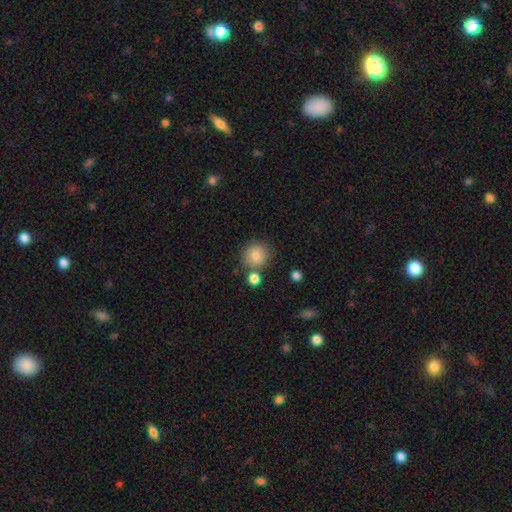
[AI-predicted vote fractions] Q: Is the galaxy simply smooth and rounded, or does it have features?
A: smooth — 81%.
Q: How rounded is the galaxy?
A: round — 91%.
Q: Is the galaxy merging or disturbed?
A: none — 72%.